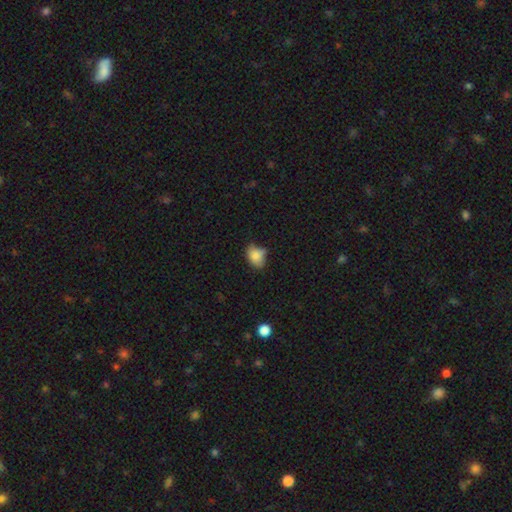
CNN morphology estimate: Overall: smooth (81%). How rounded: in between (70%). Merging: none (46%; minor disturbance 39%).